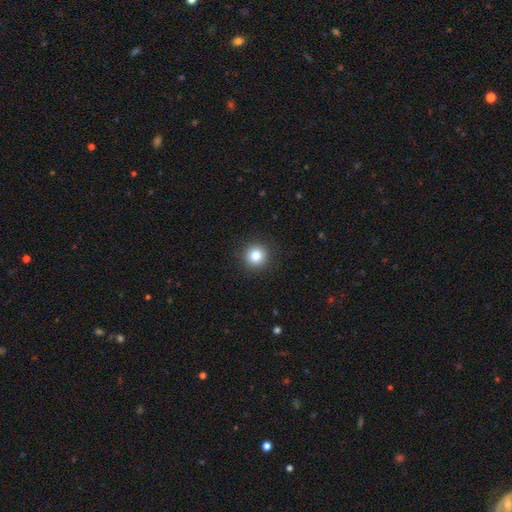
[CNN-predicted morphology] smooth-or-featured: smooth: 82% | star or artifact: 11% | featured or disk: 7%
  how-rounded: round: 95% | in between: 4% | cigar-shaped: 1%
  merging: none: 92% | minor disturbance: 5% | major disturbance: 2% | merger: 1%